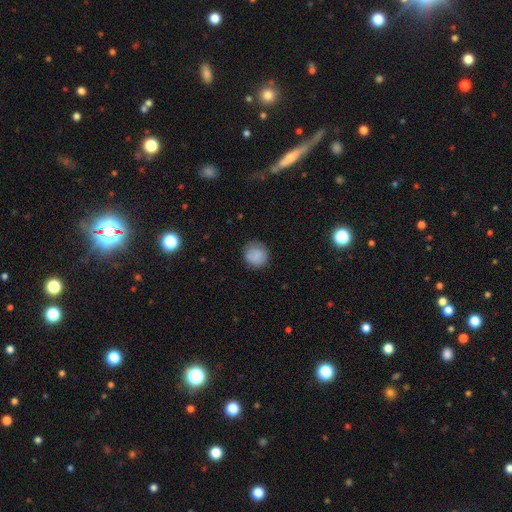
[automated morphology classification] smooth-or-featured: smooth: 84% | star or artifact: 8% | featured or disk: 8%
  how-rounded: round: 90% | in between: 9% | cigar-shaped: 1%
  merging: none: 81% | minor disturbance: 14% | major disturbance: 4% | merger: 1%